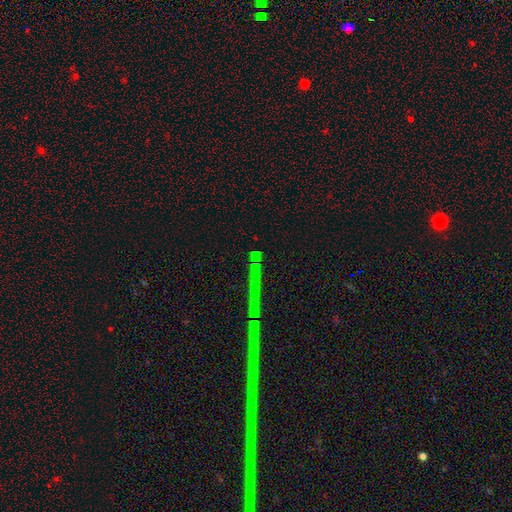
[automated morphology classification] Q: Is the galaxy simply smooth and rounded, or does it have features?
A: star or artifact — 74%.